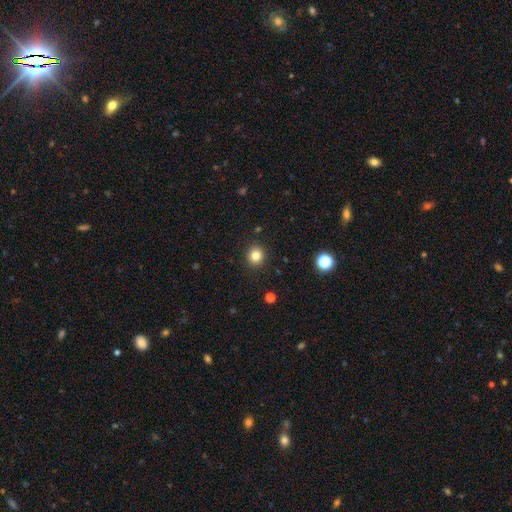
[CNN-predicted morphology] smooth_or_featured: smooth (p=0.82) [alt: star or artifact p=0.12]
how_rounded: round (p=0.87) [alt: in between p=0.12]
merging: none (p=0.91) [alt: minor disturbance p=0.06]